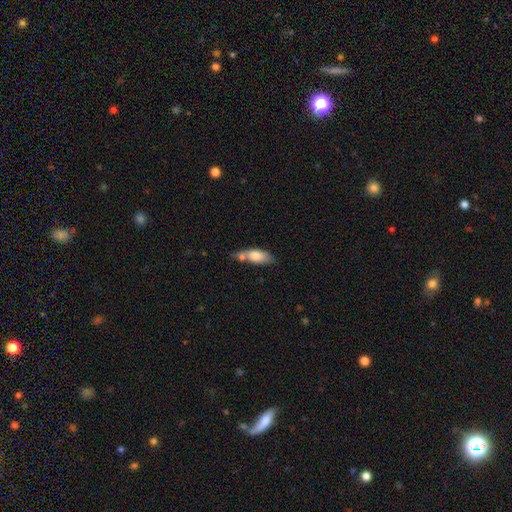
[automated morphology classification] The model was most divided on "merging": none: 40%, merger: 35%, minor disturbance: 19%, major disturbance: 6%. More confident: smooth or featured — smooth (74%); how rounded — in between (73%).